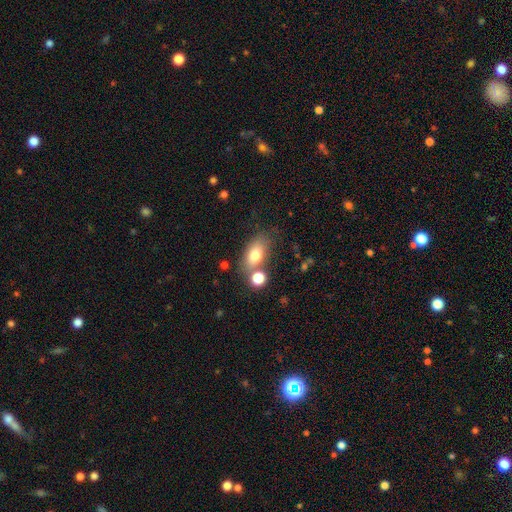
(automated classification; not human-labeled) Smooth or featured?
  - smooth: 76% *
  - featured or disk: 14%
  - star or artifact: 9%
How rounded?
  - in between: 83% *
  - round: 11%
  - cigar-shaped: 6%
Merging?
  - none: 58% *
  - merger: 20%
  - minor disturbance: 15%
  - major disturbance: 6%